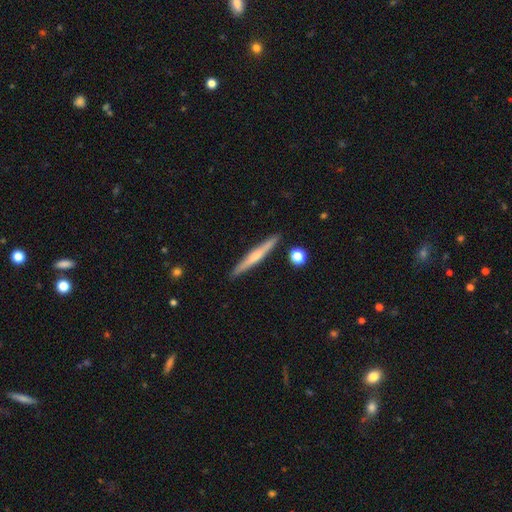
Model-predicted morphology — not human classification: Smooth or featured? Predicted: featured or disk (p=0.55). Edge-on disk? Predicted: yes (p=0.97). Edge-on bulge? Predicted: rounded (p=0.60). Merging? Predicted: none (p=0.90).